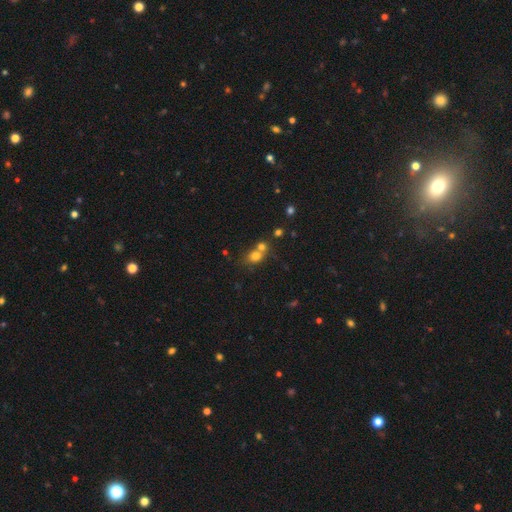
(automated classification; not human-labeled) smooth 73%, star or artifact 15%, featured or disk 12%. Down the decision tree: how rounded — round (71%); merging — merger (52%).